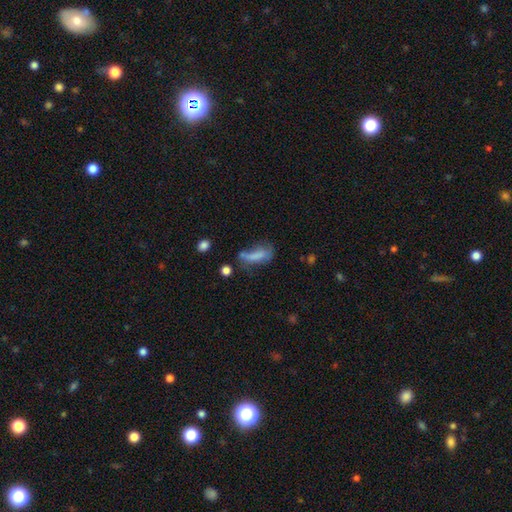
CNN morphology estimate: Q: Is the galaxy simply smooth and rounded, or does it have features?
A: smooth — 64%.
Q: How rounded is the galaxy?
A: in between — 60%.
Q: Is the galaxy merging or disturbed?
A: major disturbance — 35%.